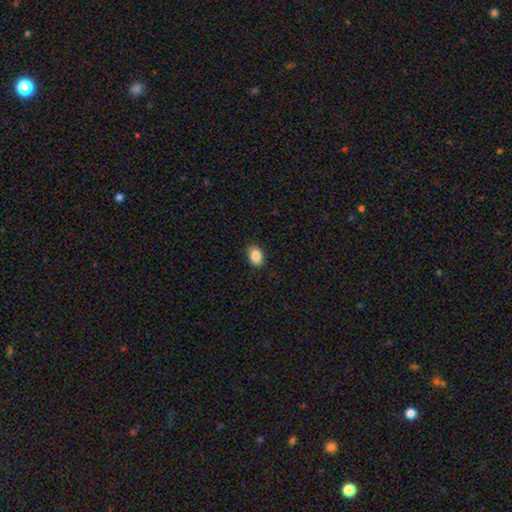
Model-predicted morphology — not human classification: smooth 88%, star or artifact 8%, featured or disk 4%. Down the decision tree: how rounded — in between (83%); merging — none (88%).